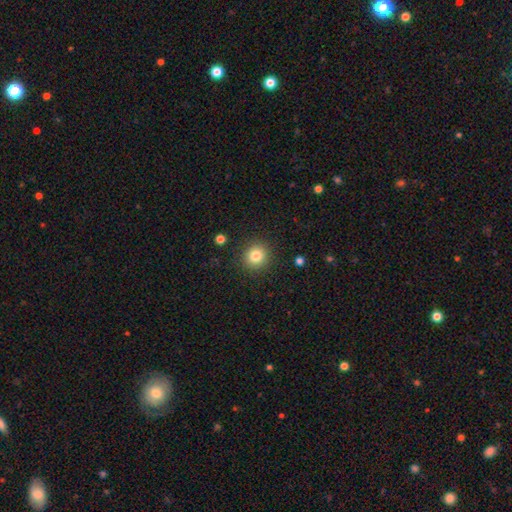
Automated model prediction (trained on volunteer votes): Smooth or featured? Predicted: smooth (p=0.81). How rounded? Predicted: round (p=0.92). Merging? Predicted: none (p=0.90).